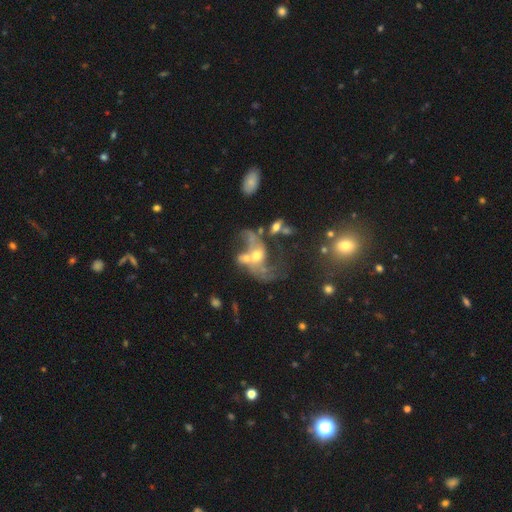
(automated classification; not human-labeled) Morphology: type=featured or disk (69%); edge-on=no (96%); bar=no (65%); spiral arms=yes (72%); bulge=moderate (54%); merging=merger (47%).